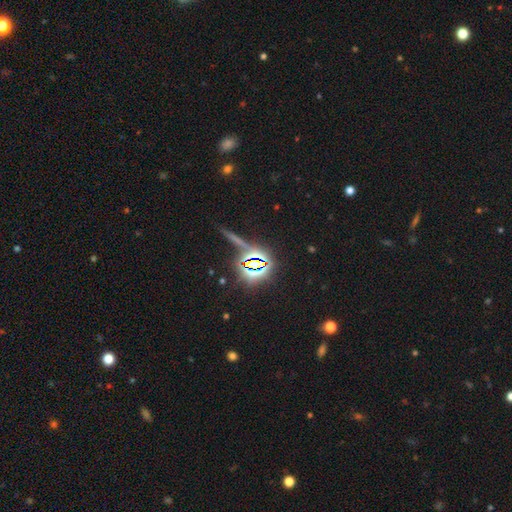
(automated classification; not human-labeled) A star or artifact, not a galaxy (81%).

Vote fractions:
- Smooth or featured? star or artifact: 81% / smooth: 10% / featured or disk: 8%